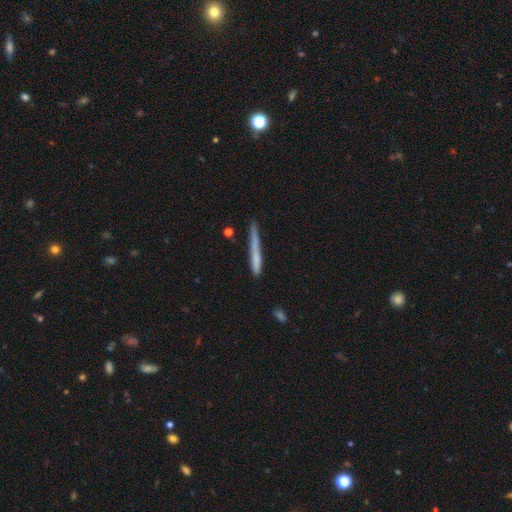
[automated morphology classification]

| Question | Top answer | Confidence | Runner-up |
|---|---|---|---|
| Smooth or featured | smooth | 63% | featured or disk (29%) |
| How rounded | cigar-shaped | 96% | in between (2%) |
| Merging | none | 75% | minor disturbance (18%) |